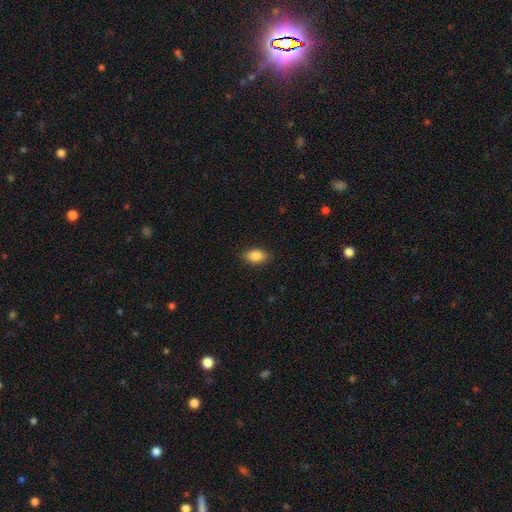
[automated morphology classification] A smooth galaxy with no disk features (86%) that is in between round and cigar-shaped (89%). Merging: none (88%).